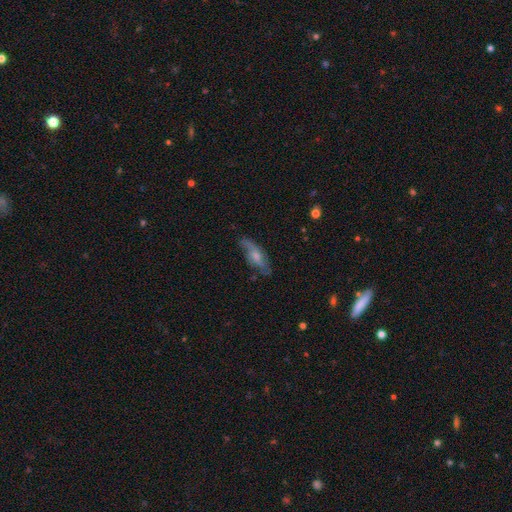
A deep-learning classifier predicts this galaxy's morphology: Overall: featured or disk (58%; smooth 35%). Edge-on disk: no (79%). Merging: none (64%; minor disturbance 24%).